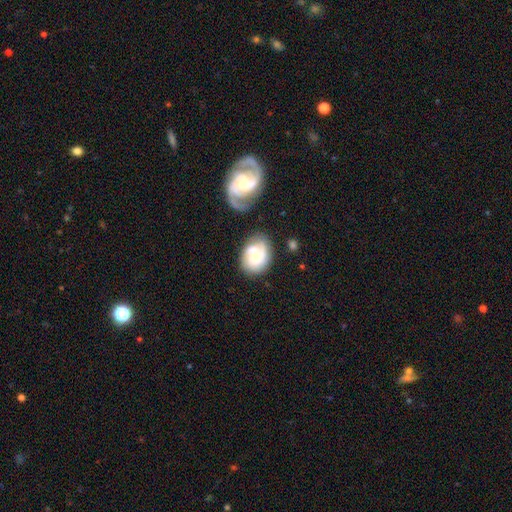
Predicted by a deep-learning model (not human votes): Smooth or featured: featured or disk — 63% (smooth — 29%)
Edge-on disk: no — 97% (yes — 3%)
Bar: no — 68% (weak — 27%)
Spiral arms: yes — 92% (no — 8%)
Spiral winding: tight — 47% (medium — 38%)
Spiral arm count: 3 — 37% (2 — 24%)
Bulge size: small — 40% (moderate — 38%)
Merging: none — 58% (minor disturbance — 22%)